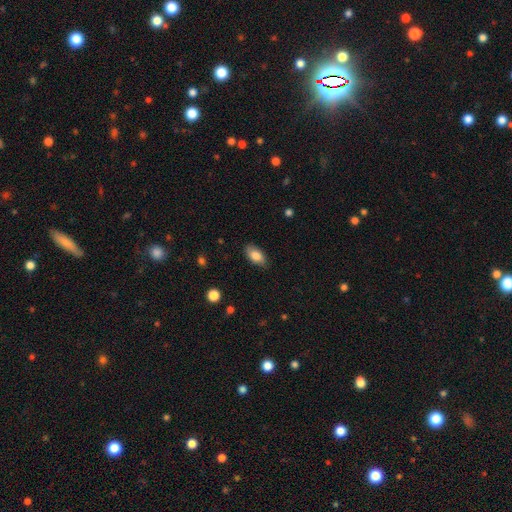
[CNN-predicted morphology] Smooth or featured? Predicted: smooth (p=0.82). How rounded? Predicted: in between (p=0.92). Merging? Predicted: none (p=0.84).